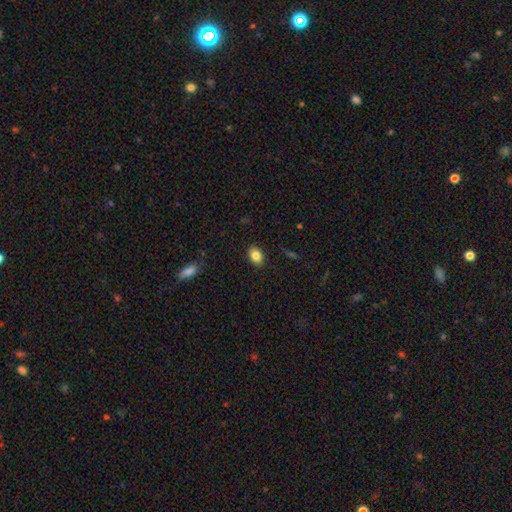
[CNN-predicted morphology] This is clearly a smooth galaxy (84%). How rounded: likely in between (79%). Merging: clearly none (88%).